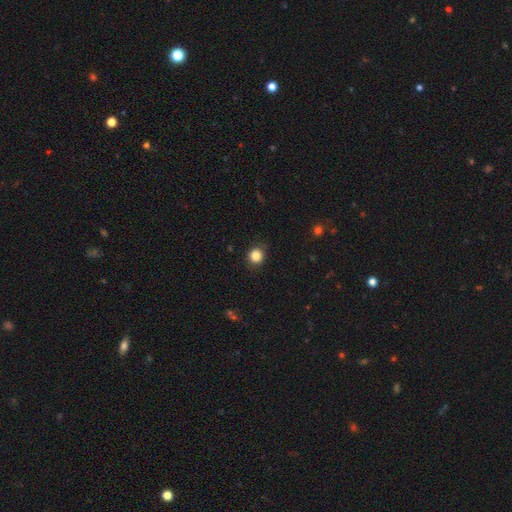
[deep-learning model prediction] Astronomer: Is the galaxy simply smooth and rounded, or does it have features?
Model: smooth — 85%.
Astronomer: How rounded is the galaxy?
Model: round — 90%.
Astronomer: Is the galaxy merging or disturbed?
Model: none — 88%.